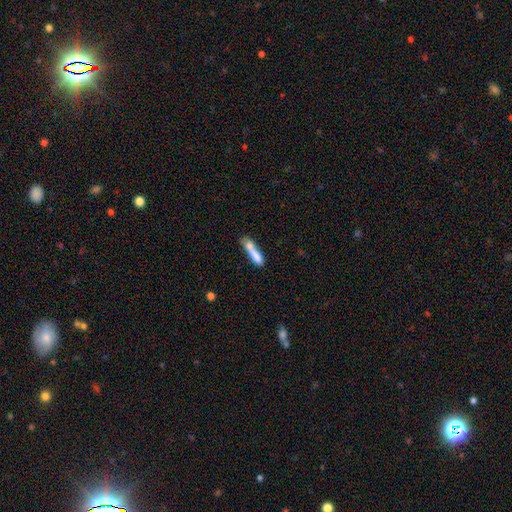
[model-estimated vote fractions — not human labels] A smooth galaxy with no disk features (72%) that is cigar-shaped (76%).

Vote fractions:
- Smooth or featured? smooth: 72% / featured or disk: 20% / star or artifact: 8%
- How rounded? cigar-shaped: 76% / in between: 21% / round: 3%
- Merging? merger: 43% / none: 31% / minor disturbance: 16% / major disturbance: 9%